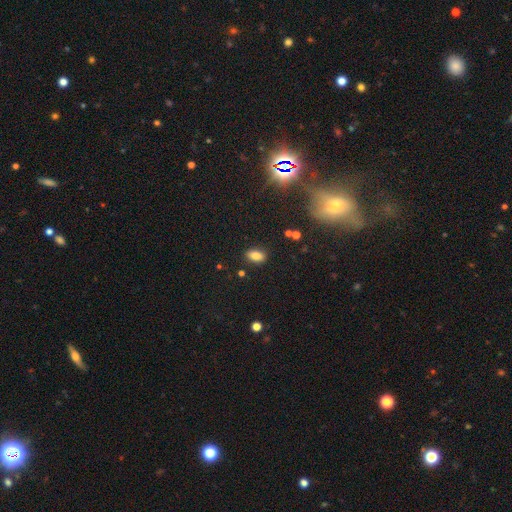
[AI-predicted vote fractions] A smooth galaxy with no disk features (82%) that is in between round and cigar-shaped (88%). Merging: none (86%).